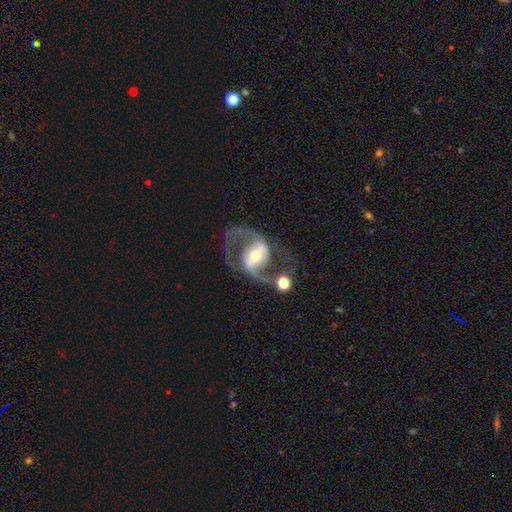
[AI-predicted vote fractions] Overall: featured or disk (86%). Edge-on disk: no (97%). Bar: weak (35%; strong 34%). Spiral arms: yes (91%). Spiral arm count: 2 (91%). Spiral winding: medium (49%; loose 41%). Bulge size: moderate (64%; small 25%). Merging: none (62%).